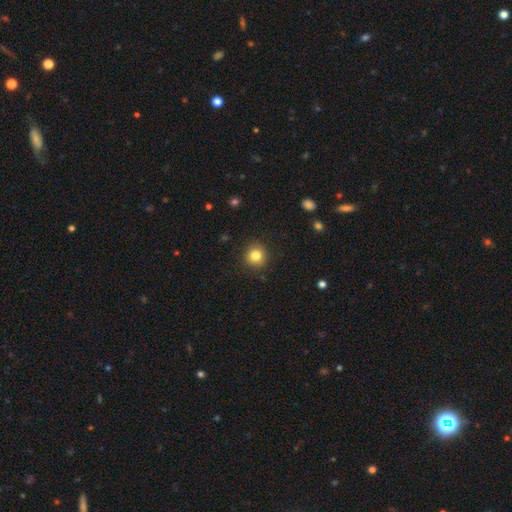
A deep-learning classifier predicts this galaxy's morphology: This is clearly a smooth galaxy (83%). How rounded: clearly round (92%). Merging: clearly none (90%).